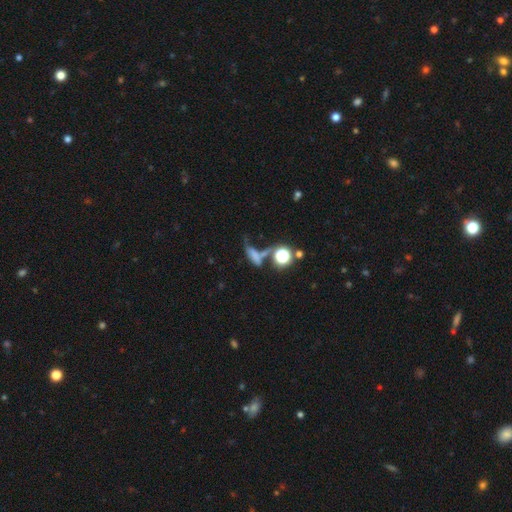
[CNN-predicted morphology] The model was most divided on "how rounded": in between: 44%, cigar-shaped: 37%, round: 19%. Remaining: smooth or featured — smooth (60%); merging — none (35%).